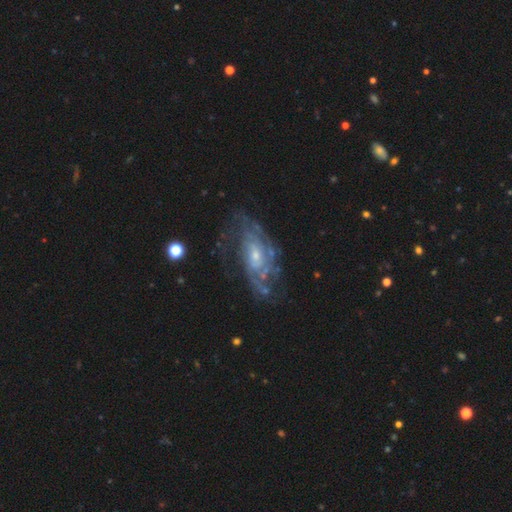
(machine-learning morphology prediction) A featured or disk galaxy (83%) with no bar (63%), tight (52%) spiral arms (88%) and a small central bulge (60%).

Vote fractions:
- Smooth or featured? featured or disk: 83% / smooth: 10% / star or artifact: 7%
- Edge-on disk? no: 94% / yes: 6%
- Bar? no: 63% / weak: 30% / strong: 6%
- Spiral arms? yes: 88% / no: 12%
- Spiral winding? tight: 52% / medium: 36% / loose: 12%
- Spiral arm count? can't tell: 46% / 2: 20% / 3: 14% / 4: 10% / more than 4: 5% / 1: 5%
- Bulge size? small: 60% / moderate: 33% / none: 3% / large: 2% / dominant: 1%
- Merging? none: 63% / minor disturbance: 20% / major disturbance: 14% / merger: 3%